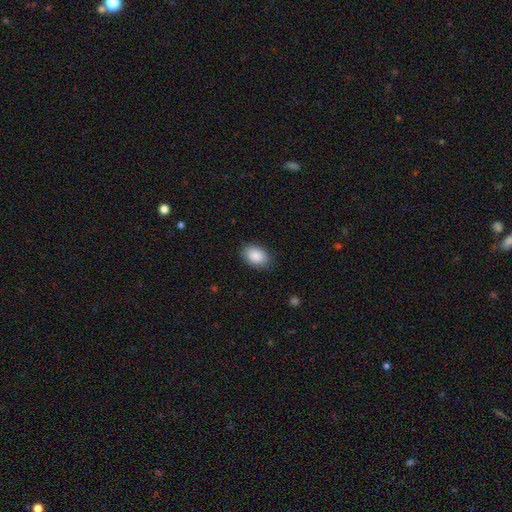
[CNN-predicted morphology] Overall: smooth (88%). How rounded: in between (86%). Merging: none (84%).